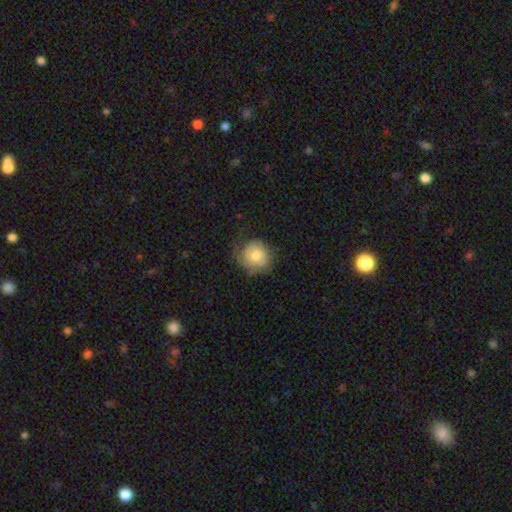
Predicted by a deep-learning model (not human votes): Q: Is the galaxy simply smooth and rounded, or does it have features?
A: smooth — 61%.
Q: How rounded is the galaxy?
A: round — 84%.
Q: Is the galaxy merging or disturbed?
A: none — 64%.